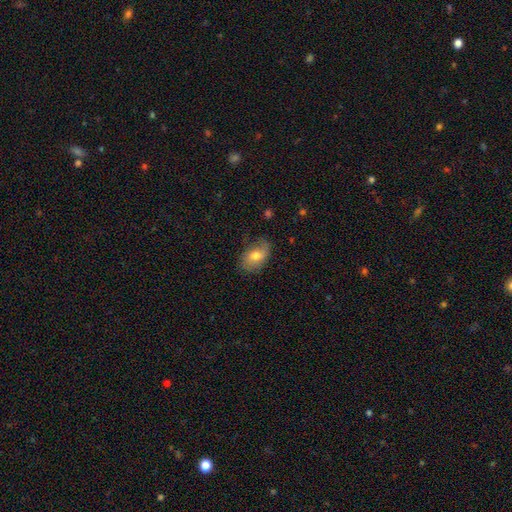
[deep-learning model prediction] smooth-or-featured: smooth: 66% | featured or disk: 27% | star or artifact: 8%
  how-rounded: in between: 87% | round: 11% | cigar-shaped: 2%
  merging: none: 68% | minor disturbance: 24% | major disturbance: 7% | merger: 1%